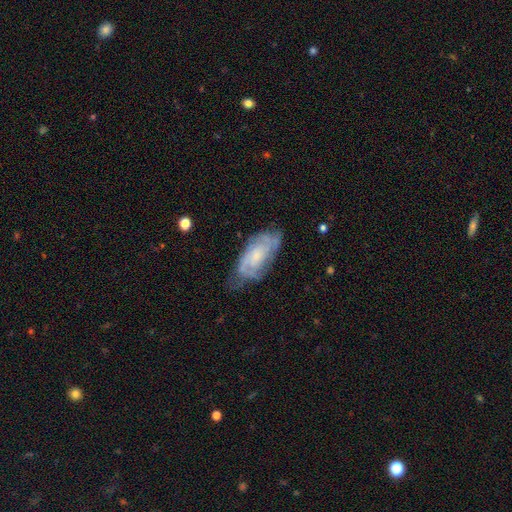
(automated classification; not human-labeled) The model was most divided on "spiral arm count": can't tell: 43%, 2: 31%, 3: 13%, 4: 5%, 1: 4%, more than 4: 3%. Remaining: edge-on disk — no (93%); spiral arms — yes (86%); bar — no (69%); smooth or featured — featured or disk (67%); merging — none (60%); bulge size — small (52%); spiral winding — tight (50%).